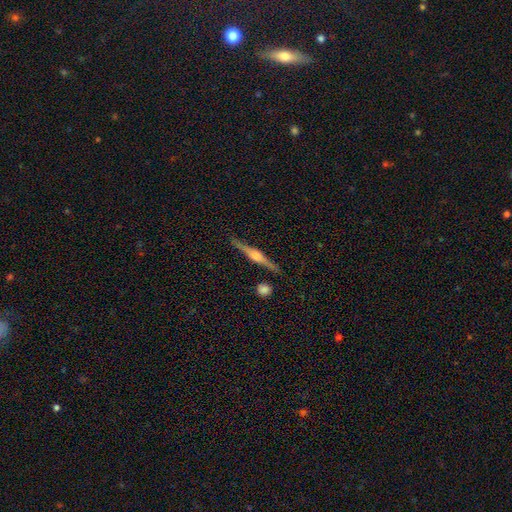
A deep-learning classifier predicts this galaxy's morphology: This is clearly a featured or disk galaxy (81%). It is clearly viewed edge-on (98%). Edge-on bulge: likely rounded (76%). Merging: clearly none (88%).